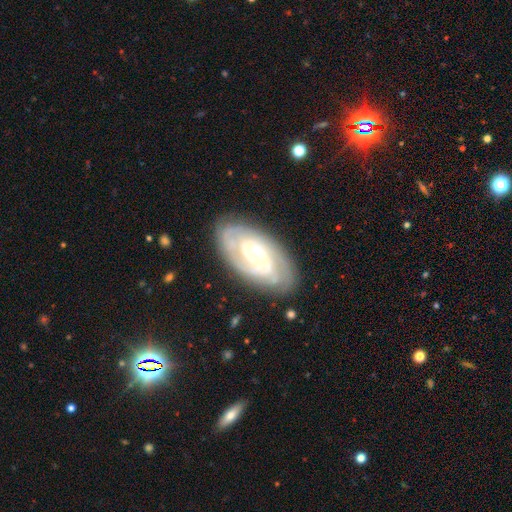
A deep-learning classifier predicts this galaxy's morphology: Smooth or featured? featured or disk (88%)
Edge-on disk? no (95%)
Bar? no (58%)
Spiral arms? yes (97%)
Spiral winding? tight (69%)
Spiral arm count? 2 (28%, tied with 3)
Bulge size? small (52%)
Merging? none (81%)